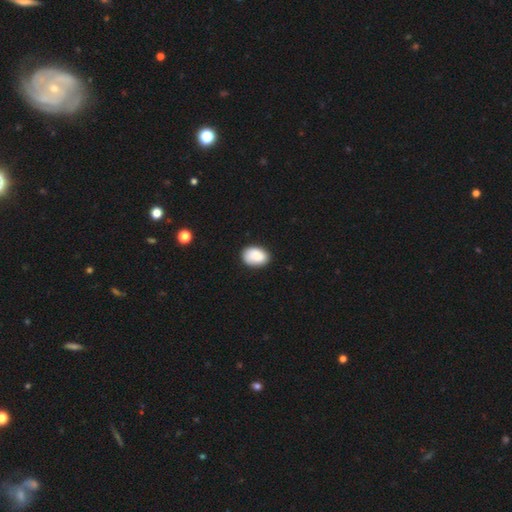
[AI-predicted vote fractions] This is clearly a smooth galaxy (88%). How rounded: likely in between (80%). Merging: likely none (79%).